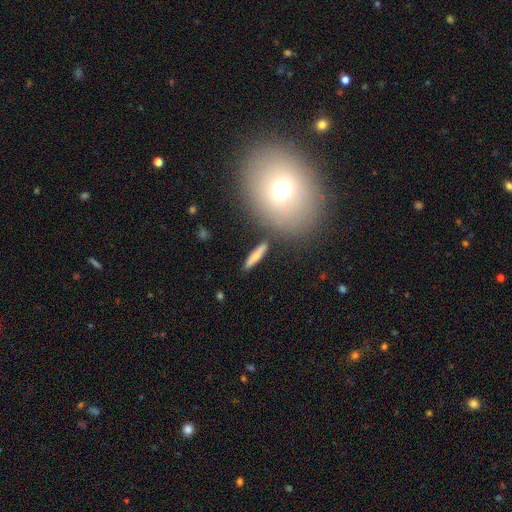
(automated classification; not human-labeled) Smooth or featured? Predicted: smooth (p=0.73). How rounded? Predicted: cigar-shaped (p=0.81). Merging? Predicted: none (p=0.80).